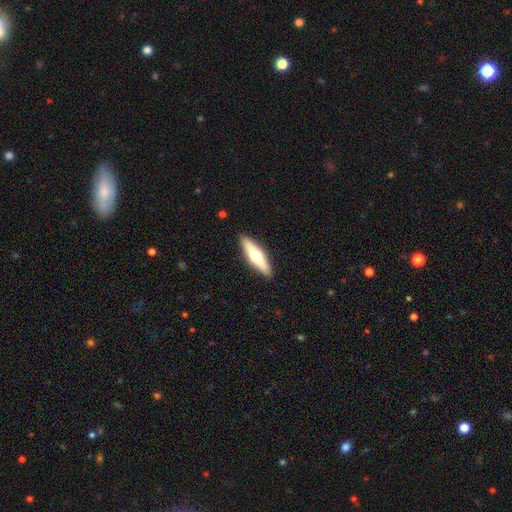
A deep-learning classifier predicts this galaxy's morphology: The model was most divided on "smooth or featured": smooth: 49%, featured or disk: 46%, star or artifact: 5%. More confident: merging — none (90%).